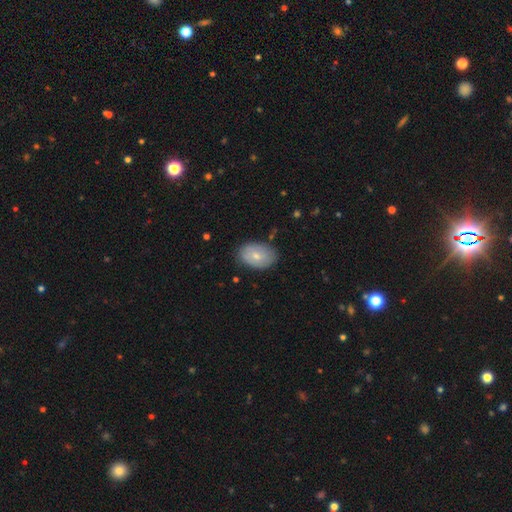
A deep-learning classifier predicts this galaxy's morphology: Smooth or featured? smooth (68%)
How rounded? in between (87%)
Merging? none (79%)